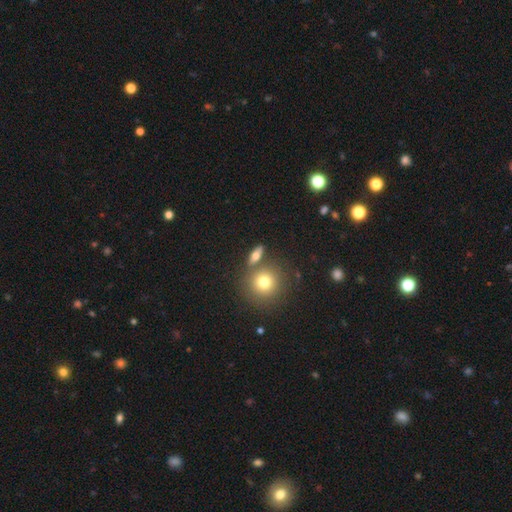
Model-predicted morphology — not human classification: This is likely a smooth galaxy (66%). How rounded: marginally in between (44%). Merging: likely none (72%).